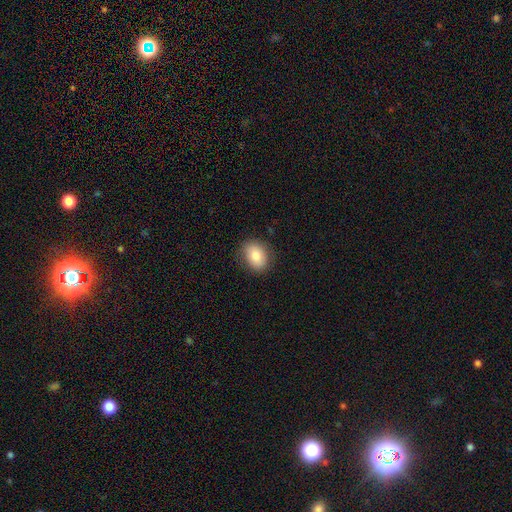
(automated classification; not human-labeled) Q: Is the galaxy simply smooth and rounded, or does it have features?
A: smooth — 81%.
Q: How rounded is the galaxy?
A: in between — 65%.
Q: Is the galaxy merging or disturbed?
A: none — 85%.